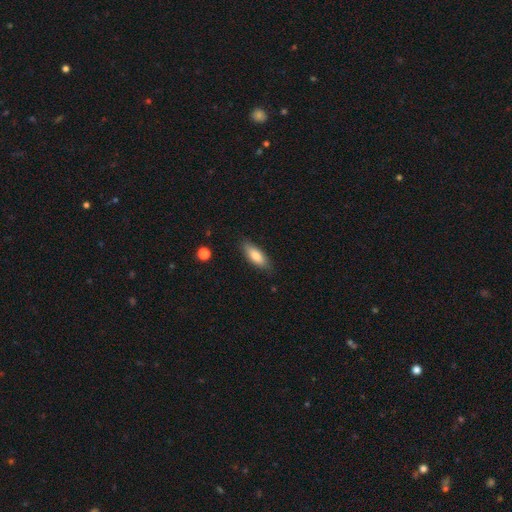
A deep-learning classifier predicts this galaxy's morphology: A smooth galaxy with no disk features (82%) that is in between round and cigar-shaped (71%).

Vote fractions:
- Smooth or featured? smooth: 82% / featured or disk: 12% / star or artifact: 6%
- How rounded? in between: 71% / cigar-shaped: 27% / round: 2%
- Merging? none: 82% / minor disturbance: 14% / major disturbance: 3% / merger: 1%